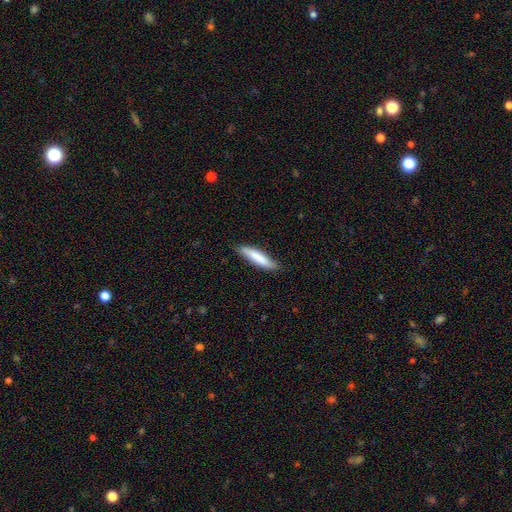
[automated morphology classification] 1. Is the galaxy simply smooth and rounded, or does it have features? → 80% smooth, 15% featured or disk, 5% star or artifact.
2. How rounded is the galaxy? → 83% cigar-shaped, 16% in between, 1% round.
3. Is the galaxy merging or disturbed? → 82% none, 15% minor disturbance, 2% major disturbance, 1% merger.